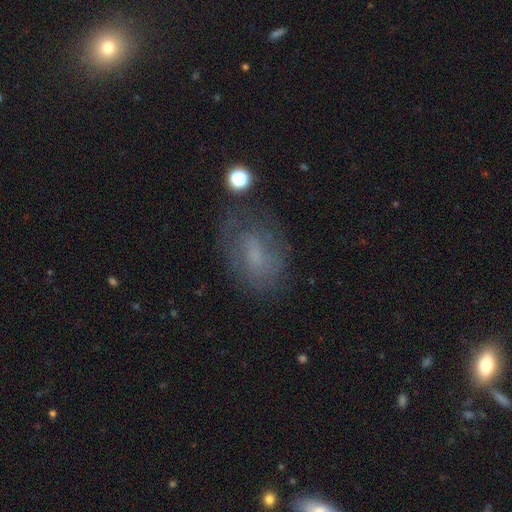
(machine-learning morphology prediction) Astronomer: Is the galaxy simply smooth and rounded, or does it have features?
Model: smooth — 48% (runner-up: featured or disk, 38%).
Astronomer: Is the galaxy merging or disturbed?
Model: none — 61%.